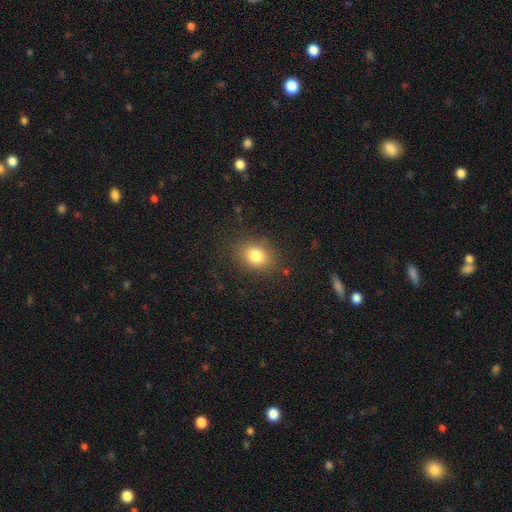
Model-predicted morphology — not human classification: Overall: smooth (80%). How rounded: in between (55%; round 43%). Merging: none (83%).